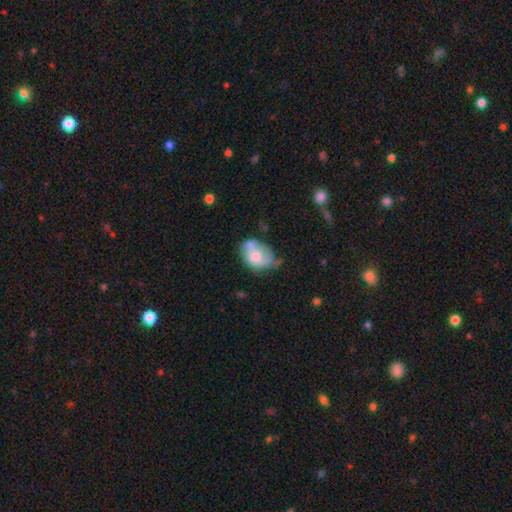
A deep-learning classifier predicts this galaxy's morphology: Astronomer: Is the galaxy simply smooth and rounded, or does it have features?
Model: smooth — 58% (runner-up: featured or disk, 34%).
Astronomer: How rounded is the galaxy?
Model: in between — 77%.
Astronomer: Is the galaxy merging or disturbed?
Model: minor disturbance — 35% (runner-up: none, 30%).